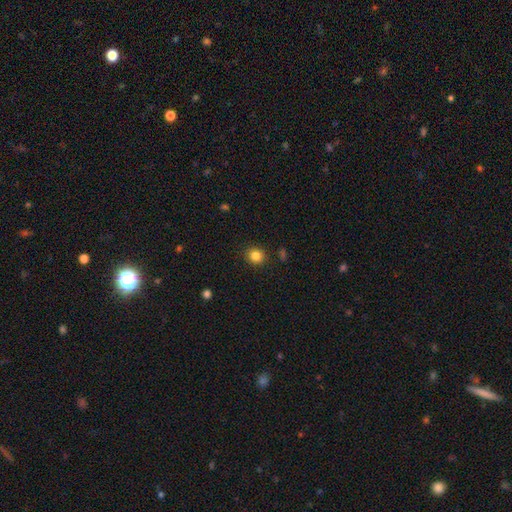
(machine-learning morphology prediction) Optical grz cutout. It shows a smooth galaxy with no disk features (84%) that is round (85%). Merging: none (89%).